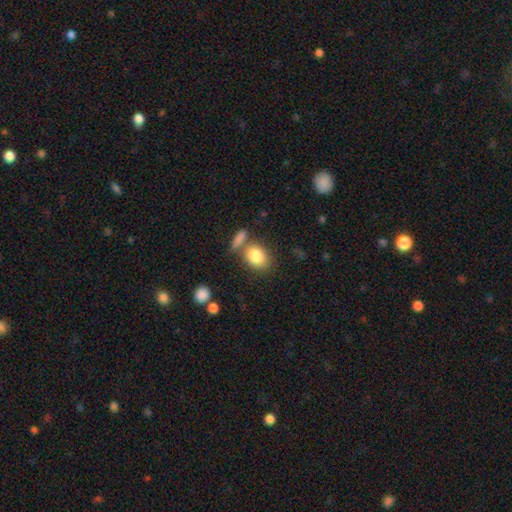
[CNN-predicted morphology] A smooth galaxy with no disk features (83%) that is in between round and cigar-shaped (60%). Merging: none (57%).